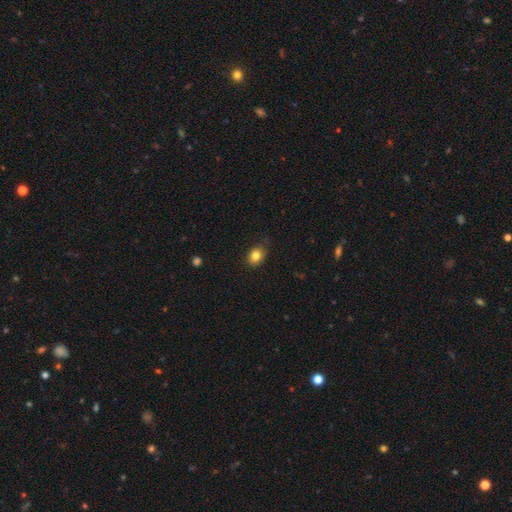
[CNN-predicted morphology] Smooth or featured?
  - smooth: 83% *
  - star or artifact: 10%
  - featured or disk: 7%
How rounded?
  - in between: 53% *
  - round: 46%
  - cigar-shaped: 1%
Merging?
  - none: 81% *
  - minor disturbance: 15%
  - major disturbance: 3%
  - merger: 1%